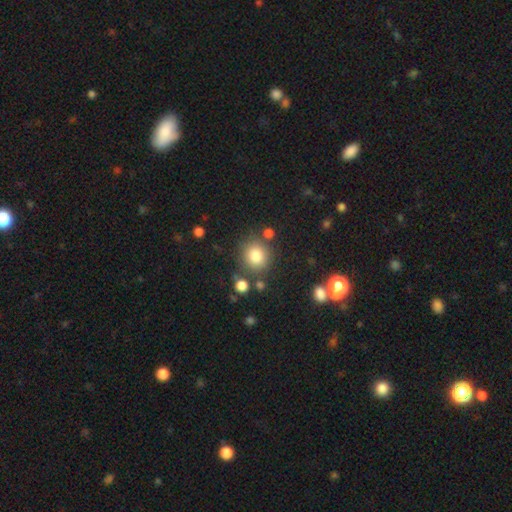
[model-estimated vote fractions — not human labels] Overall: smooth (80%). How rounded: round (87%). Merging: none (80%).